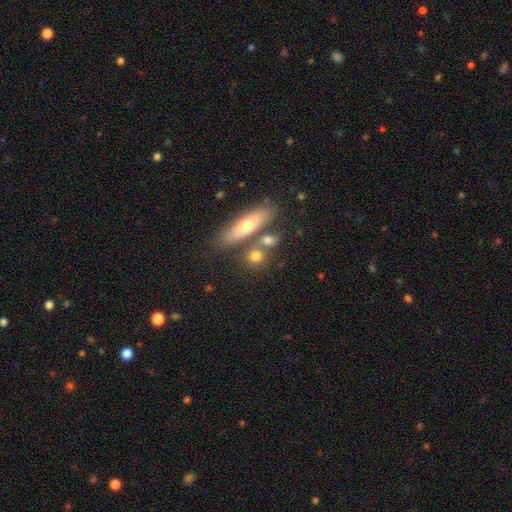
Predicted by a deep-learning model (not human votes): A smooth galaxy with no disk features (72%) that is round (51%).

Vote fractions:
- Smooth or featured? smooth: 72% / featured or disk: 19% / star or artifact: 9%
- How rounded? round: 51% / in between: 29% / cigar-shaped: 20%
- Merging? none: 60% / merger: 25% / minor disturbance: 11% / major disturbance: 5%